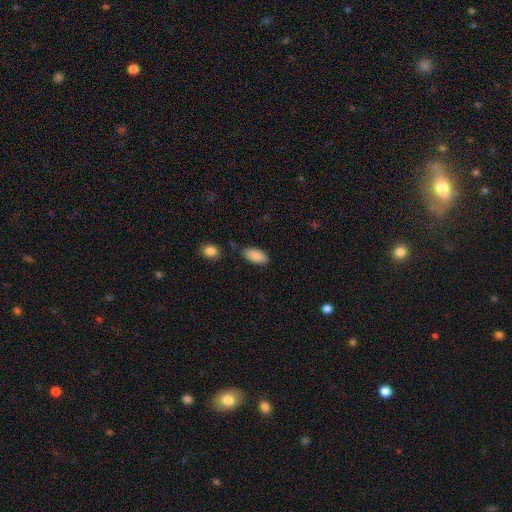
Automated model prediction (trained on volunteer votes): This appears to be a smooth galaxy with no disk features (89%) that is in between round and cigar-shaped (92%). Merging: none (79%).